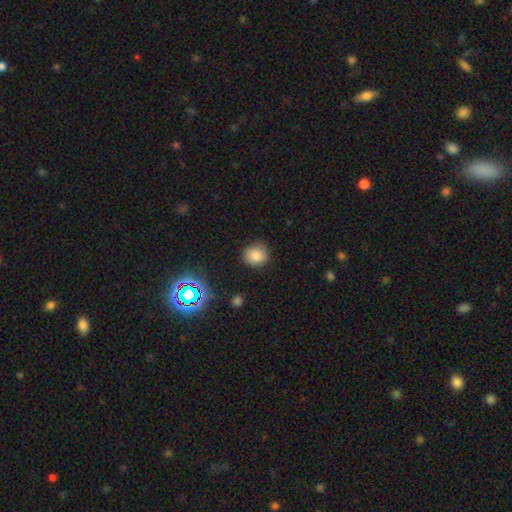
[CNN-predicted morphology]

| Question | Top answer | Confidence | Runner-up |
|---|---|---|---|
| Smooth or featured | smooth | 81% | star or artifact (13%) |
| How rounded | round | 86% | in between (13%) |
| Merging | none | 85% | minor disturbance (11%) |